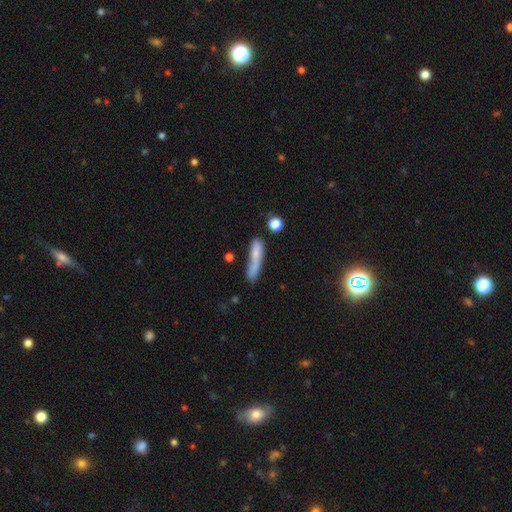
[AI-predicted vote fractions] smooth 67%, featured or disk 23%, star or artifact 10%. Down the decision tree: how rounded — cigar-shaped (82%); merging — none (47%).